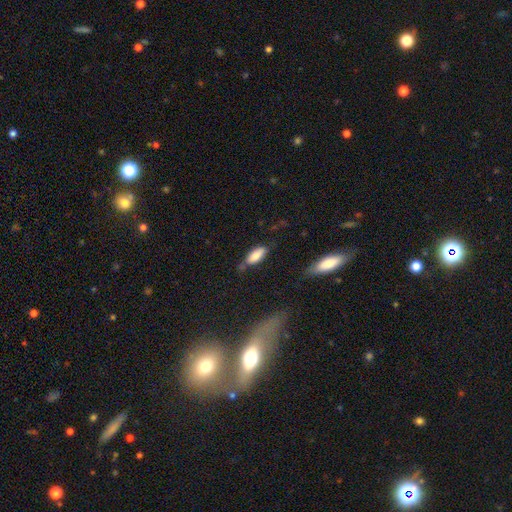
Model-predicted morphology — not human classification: This is clearly a smooth galaxy (80%). How rounded: likely in between (78%). Merging: possibly none (58%).